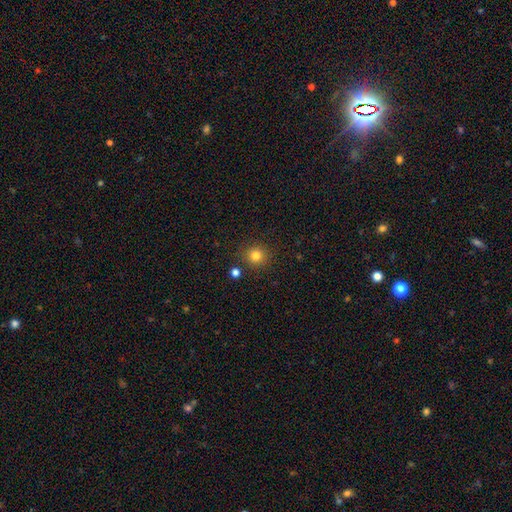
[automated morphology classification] A smooth galaxy with no disk features (81%) that is round (92%).

Vote fractions:
- Smooth or featured? smooth: 81% / star or artifact: 14% / featured or disk: 6%
- How rounded? round: 92% / in between: 7% / cigar-shaped: 1%
- Merging? none: 87% / minor disturbance: 7% / merger: 4% / major disturbance: 2%